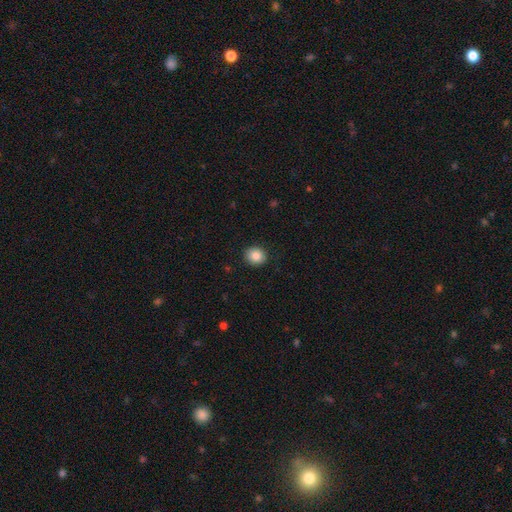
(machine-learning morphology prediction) Q: Smooth or featured?
A: smooth (86%); runner-up: star or artifact (9%)
Q: How rounded?
A: round (80%); runner-up: in between (19%)
Q: Merging?
A: none (91%); runner-up: minor disturbance (6%)